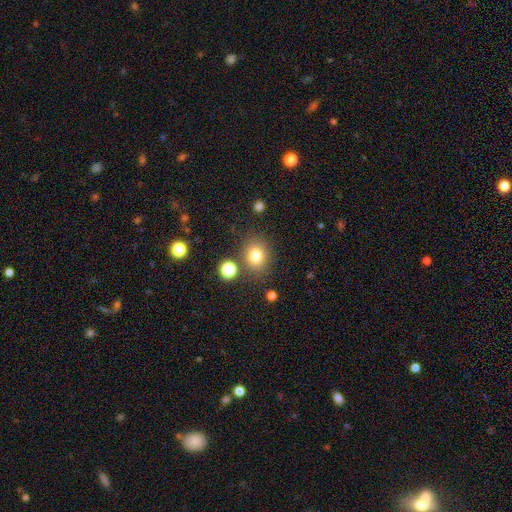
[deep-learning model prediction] Q: Smooth or featured?
A: smooth (79%); runner-up: star or artifact (13%)
Q: How rounded?
A: round (64%); runner-up: in between (35%)
Q: Merging?
A: none (80%); runner-up: minor disturbance (10%)